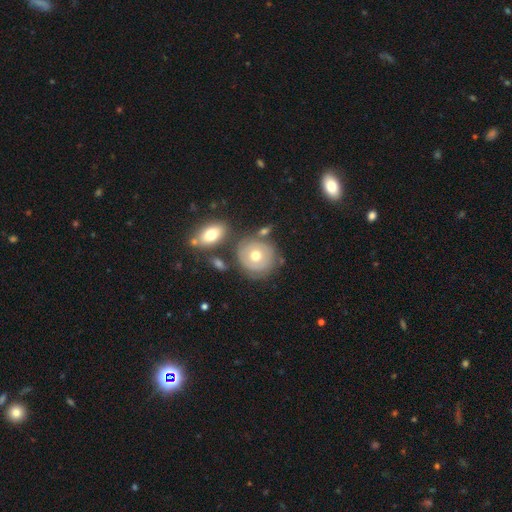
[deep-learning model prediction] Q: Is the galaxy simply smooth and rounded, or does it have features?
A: smooth — 47%.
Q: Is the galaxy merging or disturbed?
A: none — 68%.